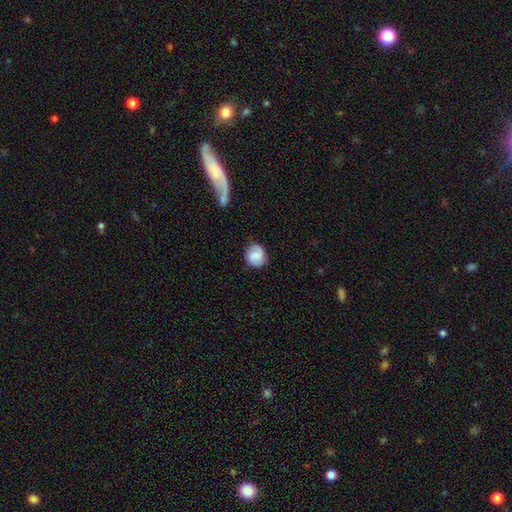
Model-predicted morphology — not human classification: Q: Smooth or featured?
A: smooth (66%); runner-up: featured or disk (26%)
Q: How rounded?
A: round (79%); runner-up: in between (20%)
Q: Merging?
A: none (78%); runner-up: minor disturbance (16%)